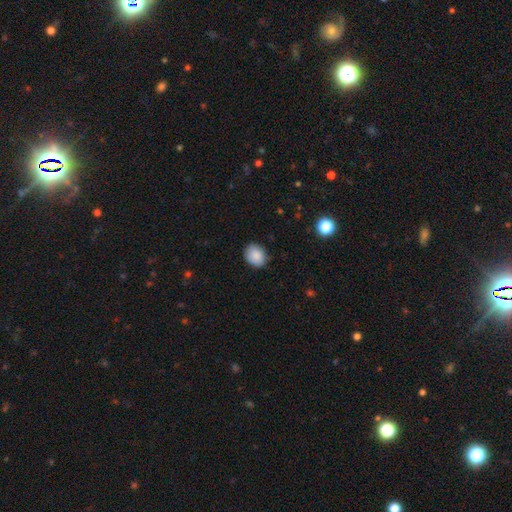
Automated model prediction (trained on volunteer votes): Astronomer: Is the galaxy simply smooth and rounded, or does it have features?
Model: smooth — 88%.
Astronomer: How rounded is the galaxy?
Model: in between — 54% (runner-up: round, 45%).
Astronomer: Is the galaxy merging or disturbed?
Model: none — 84%.